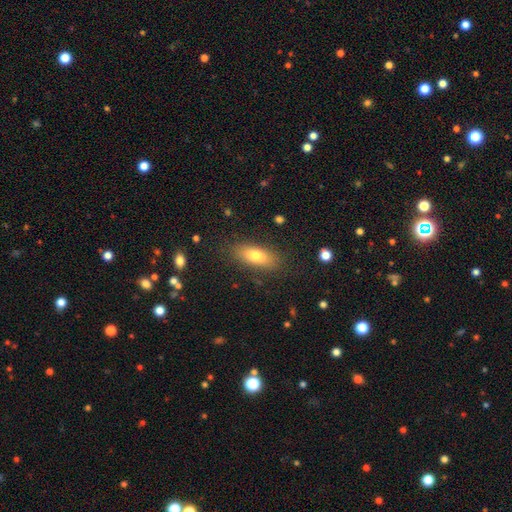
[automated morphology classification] This appears to be a smooth galaxy with no disk features (76%) that is in between round and cigar-shaped (74%). Merging: none (84%).